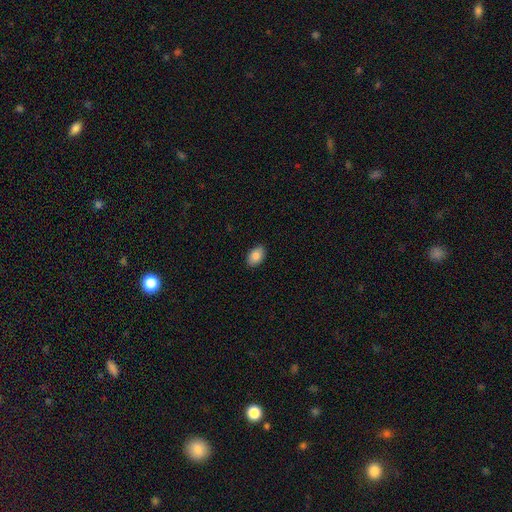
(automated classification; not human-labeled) Smooth or featured? Predicted: smooth (p=0.86). How rounded? Predicted: in between (p=0.90). Merging? Predicted: none (p=0.89).